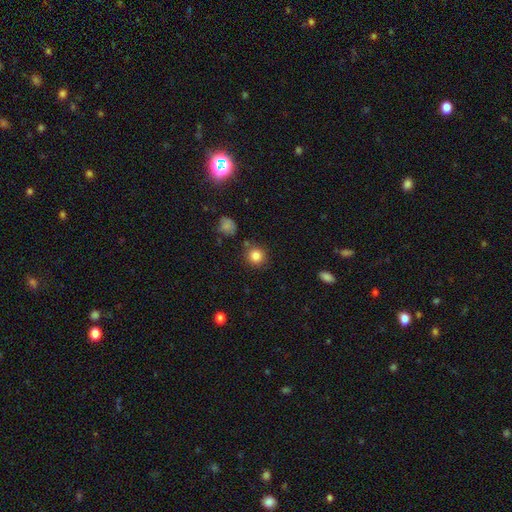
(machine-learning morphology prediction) smooth 84%, star or artifact 11%, featured or disk 5%. Down the decision tree: how rounded — round (91%); merging — none (83%).